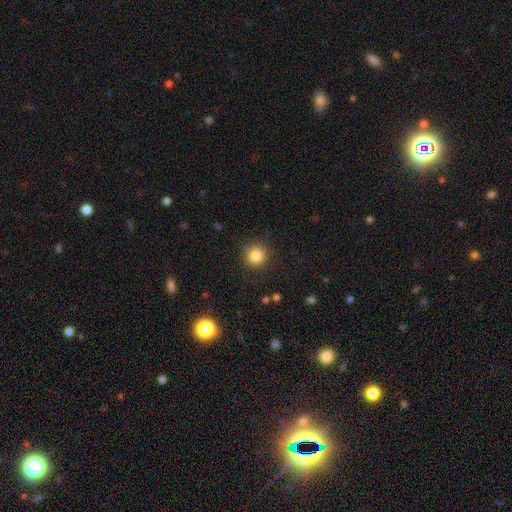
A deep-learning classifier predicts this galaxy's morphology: A smooth galaxy with no disk features (84%) that is round (93%). Merging: none (88%).